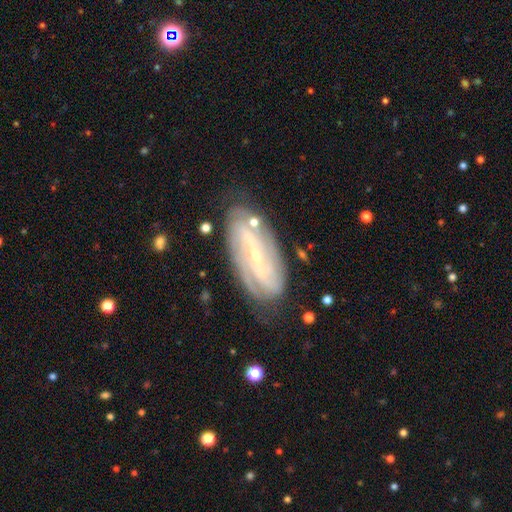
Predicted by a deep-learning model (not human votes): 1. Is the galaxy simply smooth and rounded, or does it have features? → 84% featured or disk, 9% smooth, 6% star or artifact.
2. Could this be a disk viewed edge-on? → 91% no, 9% yes.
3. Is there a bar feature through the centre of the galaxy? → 36% strong, 34% weak, 30% no.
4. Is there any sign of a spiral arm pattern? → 94% yes, 6% no.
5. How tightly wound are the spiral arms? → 48% tight, 36% medium, 16% loose.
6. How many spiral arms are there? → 45% 2, 23% can't tell, 15% 3, 8% 4, 4% more than 4, 4% 1.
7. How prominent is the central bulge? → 78% small, 18% moderate, 2% none, 1% large, 1% dominant.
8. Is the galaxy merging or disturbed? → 76% none, 17% minor disturbance, 5% major disturbance, 3% merger.